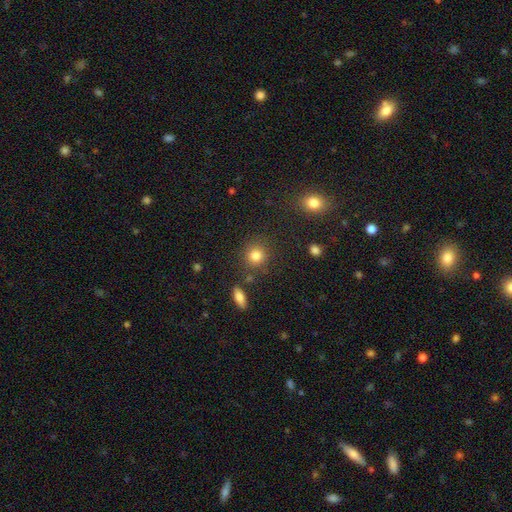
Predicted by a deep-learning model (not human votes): Morphology: type=smooth (82%); roundness=round (87%); merging=none (81%).